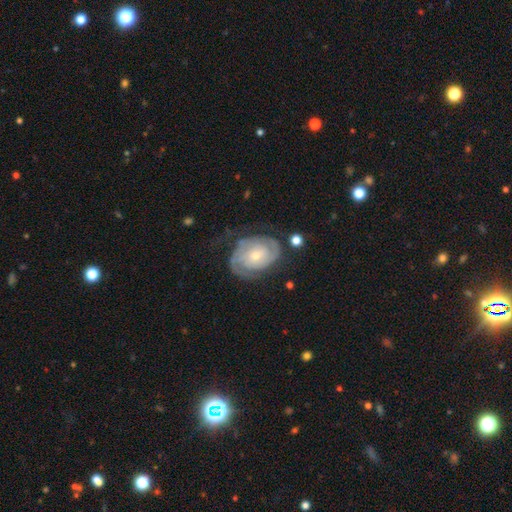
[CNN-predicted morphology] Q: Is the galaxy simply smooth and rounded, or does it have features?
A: featured or disk — 85%.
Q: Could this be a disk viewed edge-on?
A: no — 97%.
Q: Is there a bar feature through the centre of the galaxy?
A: no — 67%.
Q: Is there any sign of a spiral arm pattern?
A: yes — 95%.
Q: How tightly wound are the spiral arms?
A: tight — 64%.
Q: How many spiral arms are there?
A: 2 — 62%.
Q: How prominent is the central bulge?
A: small — 61%.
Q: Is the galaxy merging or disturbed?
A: none — 64%.